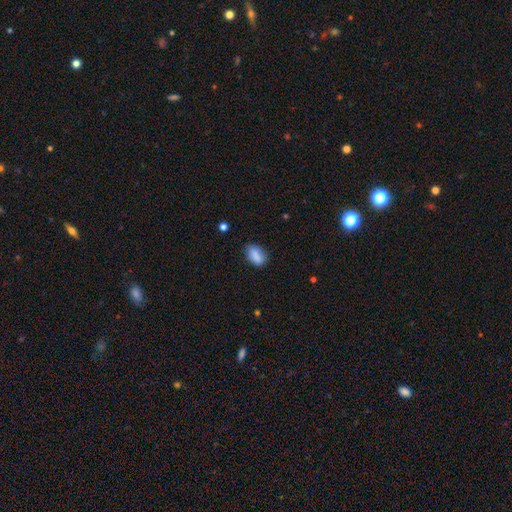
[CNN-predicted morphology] smooth 85%, star or artifact 8%, featured or disk 7%. Down the decision tree: how rounded — in between (86%); merging — none (75%).